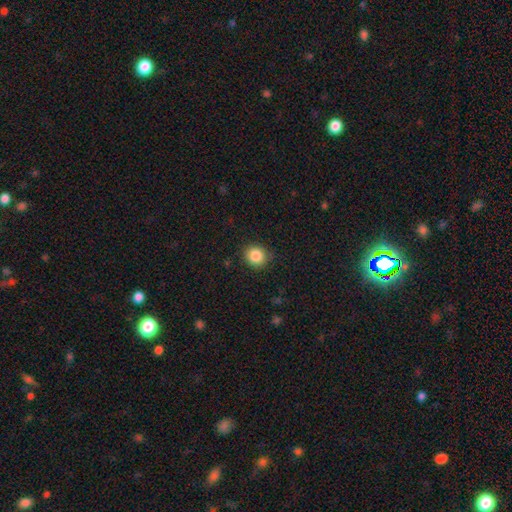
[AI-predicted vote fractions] Morphology: type=smooth (86%); roundness=round (85%); merging=none (88%).